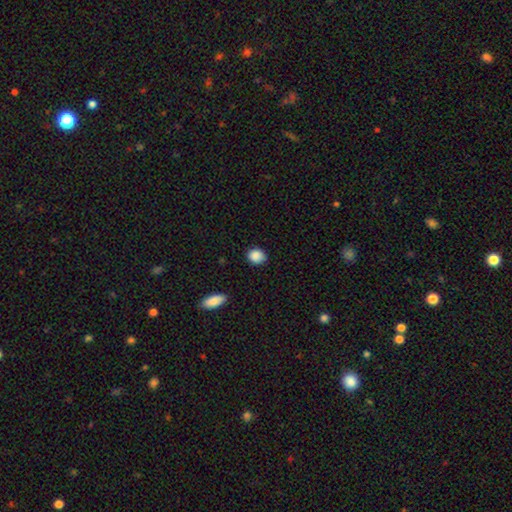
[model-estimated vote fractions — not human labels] A smooth galaxy with no disk features (88%) that is round (63%). Merging: none (82%).